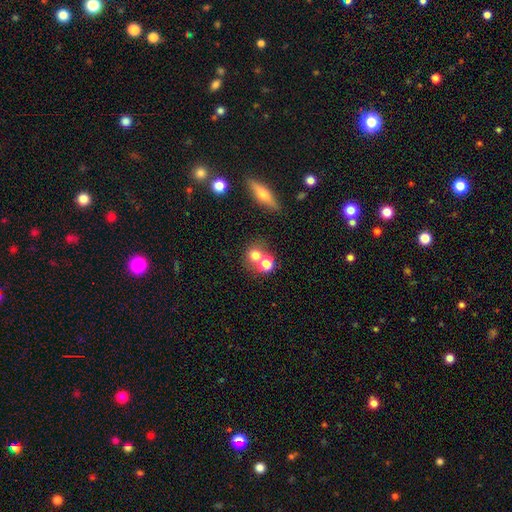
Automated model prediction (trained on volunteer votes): smooth_or_featured: smooth (p=0.70) [alt: featured or disk p=0.15]
how_rounded: round (p=0.81) [alt: in between p=0.17]
merging: none (p=0.47) [alt: merger p=0.41]